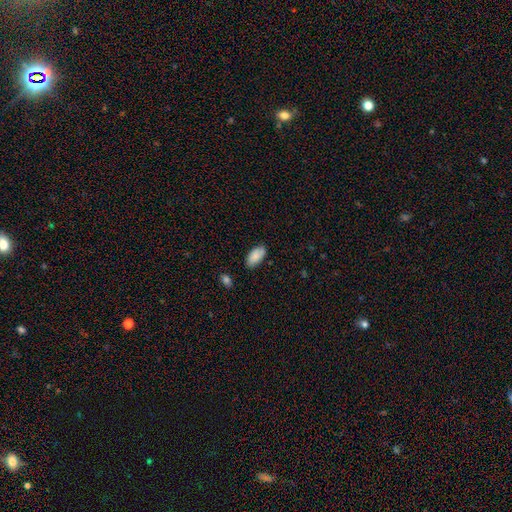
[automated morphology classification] smooth 85%, featured or disk 8%, star or artifact 7%. Down the decision tree: how rounded — in between (94%); merging — none (79%).